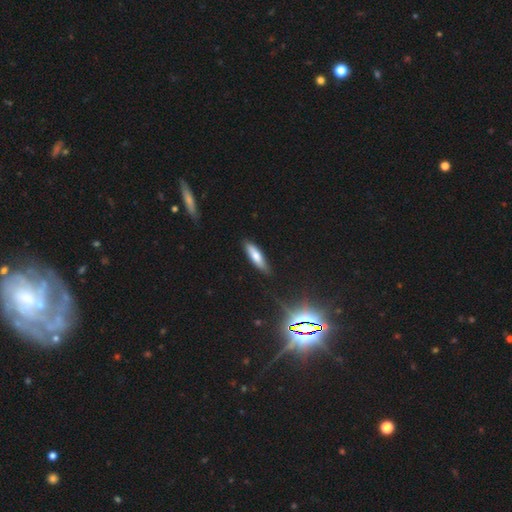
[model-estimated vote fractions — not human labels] Smooth or featured? smooth (71%)
How rounded? cigar-shaped (65%)
Merging? none (83%)